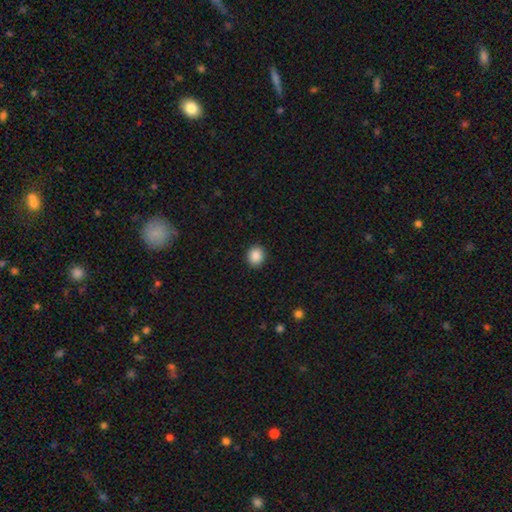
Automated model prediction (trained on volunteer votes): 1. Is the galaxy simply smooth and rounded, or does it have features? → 89% smooth, 9% star or artifact, 3% featured or disk.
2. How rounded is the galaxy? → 74% round, 25% in between, 1% cigar-shaped.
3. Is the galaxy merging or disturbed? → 90% none, 7% minor disturbance, 2% major disturbance, 1% merger.